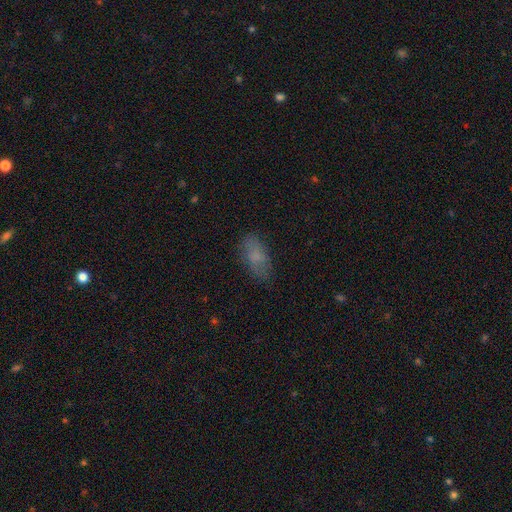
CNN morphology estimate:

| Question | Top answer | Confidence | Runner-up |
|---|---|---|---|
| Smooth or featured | smooth | 76% | featured or disk (15%) |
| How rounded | in between | 87% | cigar-shaped (10%) |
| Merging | none | 77% | minor disturbance (17%) |